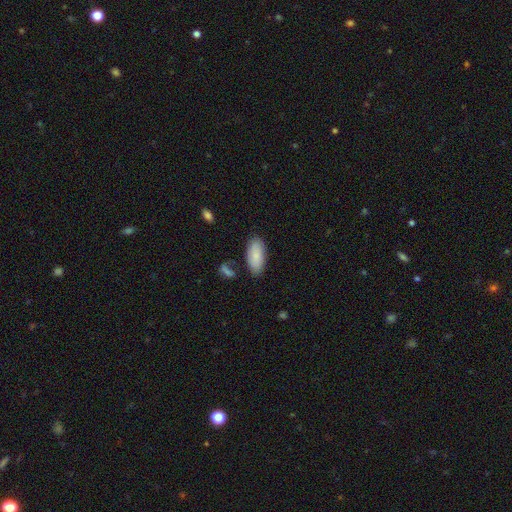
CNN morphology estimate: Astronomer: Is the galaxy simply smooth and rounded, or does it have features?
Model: smooth — 85%.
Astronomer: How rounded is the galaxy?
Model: in between — 90%.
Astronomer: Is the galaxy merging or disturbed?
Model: none — 79%.